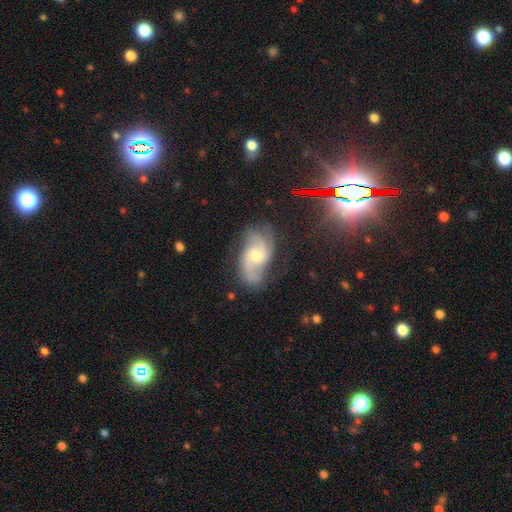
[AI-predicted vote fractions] smooth_or_featured: featured or disk (p=0.82) [alt: smooth p=0.10]
disk_edge_on: no (p=0.96) [alt: yes p=0.04]
bar: no (p=0.56) [alt: weak p=0.37]
has_spiral_arms: yes (p=0.96) [alt: no p=0.04]
spiral_winding: medium (p=0.50) [alt: loose p=0.31]
spiral_arm_count: 2 (p=0.72) [alt: 3 p=0.14]
bulge_size: moderate (p=0.56) [alt: small p=0.36]
merging: none (p=0.72) [alt: minor disturbance p=0.19]